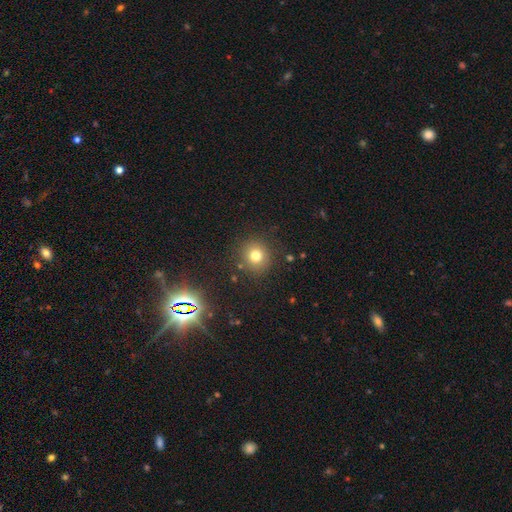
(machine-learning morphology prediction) smooth 75%, star or artifact 16%, featured or disk 9%. Down the decision tree: how rounded — round (90%); merging — none (86%).